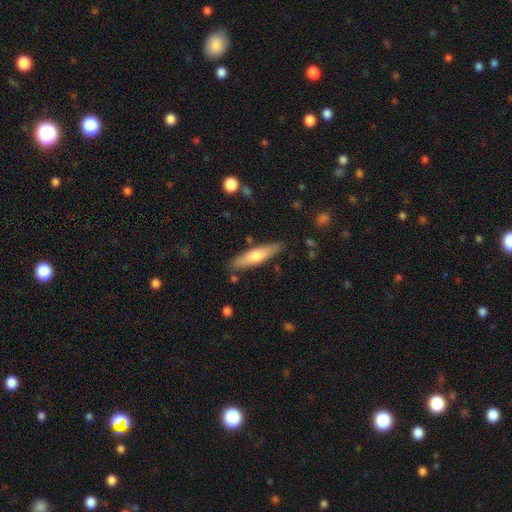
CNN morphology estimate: A smooth galaxy with no disk features (56%) that is cigar-shaped (77%). Merging: none (85%).